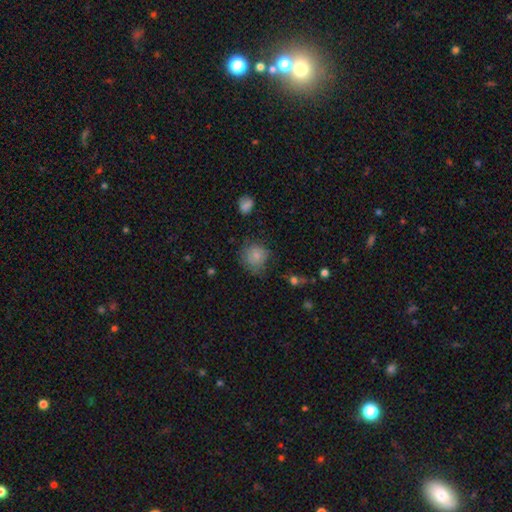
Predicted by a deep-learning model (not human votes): Q: Smooth or featured?
A: smooth (74%); runner-up: featured or disk (16%)
Q: How rounded?
A: round (81%); runner-up: in between (18%)
Q: Merging?
A: none (59%); runner-up: minor disturbance (27%)